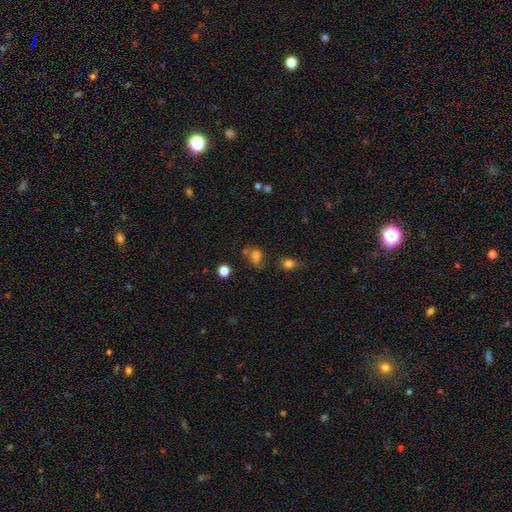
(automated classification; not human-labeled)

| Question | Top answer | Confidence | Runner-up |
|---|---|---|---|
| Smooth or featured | smooth | 69% | star or artifact (19%) |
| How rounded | in between | 53% | round (45%) |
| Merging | none | 46% | minor disturbance (22%) |